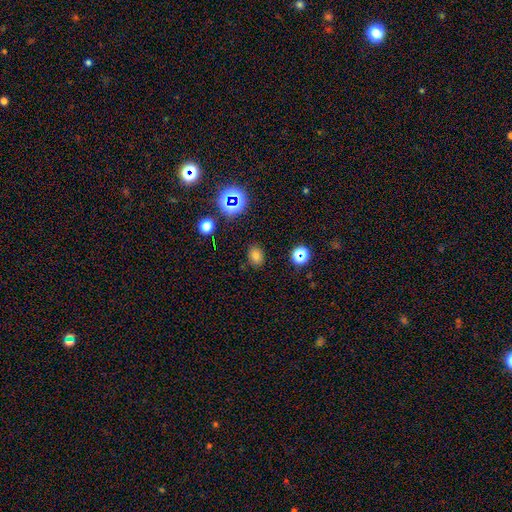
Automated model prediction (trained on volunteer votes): Q: Smooth or featured?
A: smooth (72%); runner-up: star or artifact (20%)
Q: How rounded?
A: in between (65%); runner-up: round (34%)
Q: Merging?
A: none (84%); runner-up: minor disturbance (10%)